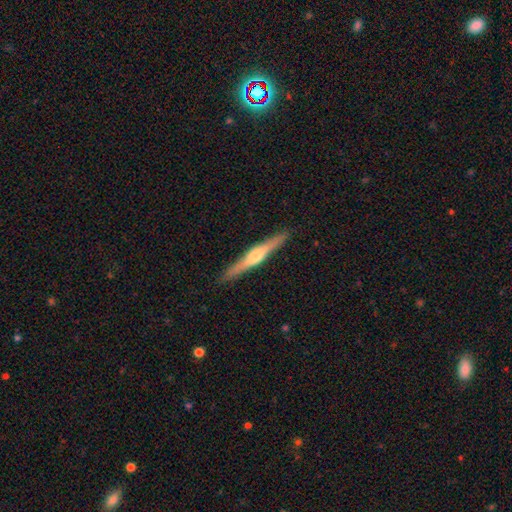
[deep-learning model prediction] Smooth or featured?
  - featured or disk: 68% *
  - smooth: 26%
  - star or artifact: 5%
Edge-on disk?
  - yes: 98% *
  - no: 2%
Edge-on bulge?
  - rounded: 79% *
  - boxy: 11%
  - none: 10%
Merging?
  - none: 91% *
  - minor disturbance: 6%
  - major disturbance: 1%
  - merger: 1%